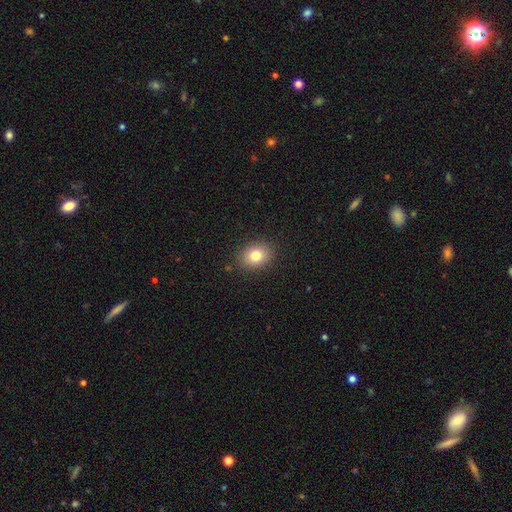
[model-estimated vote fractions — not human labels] A smooth galaxy with no disk features (80%) that is in between round and cigar-shaped (51%).

Vote fractions:
- Smooth or featured? smooth: 80% / star or artifact: 10% / featured or disk: 9%
- How rounded? in between: 51% / round: 48% / cigar-shaped: 1%
- Merging? none: 88% / minor disturbance: 9% / major disturbance: 3% / merger: 1%